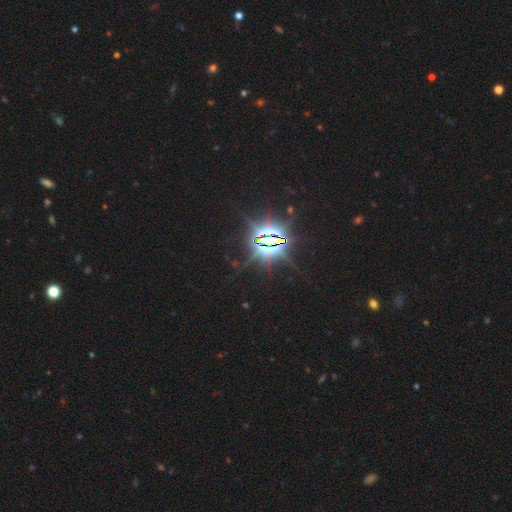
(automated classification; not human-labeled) Smooth or featured? Predicted: star or artifact (p=0.87).